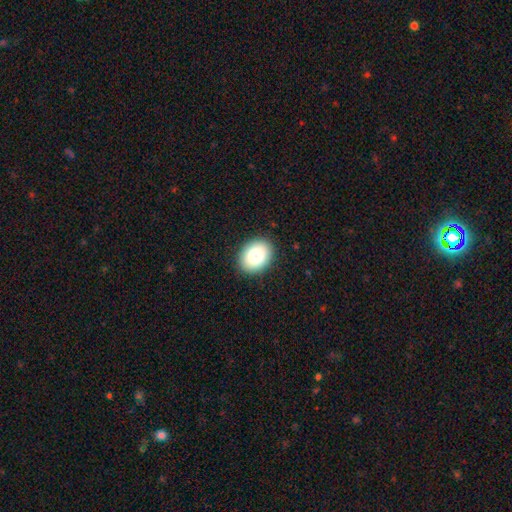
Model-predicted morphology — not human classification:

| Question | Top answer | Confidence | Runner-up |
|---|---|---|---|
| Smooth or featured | smooth | 84% | featured or disk (8%) |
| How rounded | in between | 66% | round (33%) |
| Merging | none | 89% | minor disturbance (8%) |